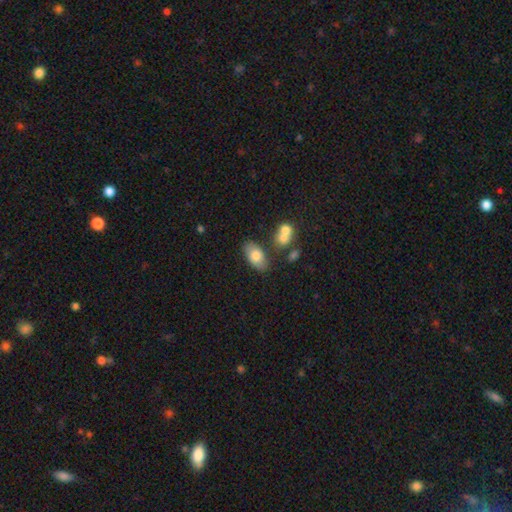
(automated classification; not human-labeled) This is likely a smooth galaxy (76%). How rounded: clearly in between (92%). Merging: likely none (72%).